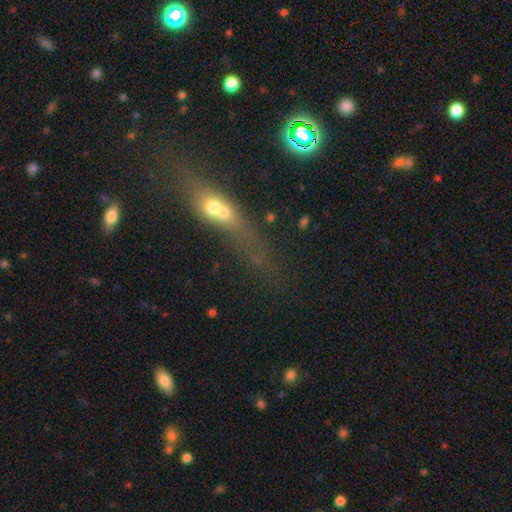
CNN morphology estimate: smooth 45%, featured or disk 31%, star or artifact 24%. Down the decision tree: merging — merger (47%).